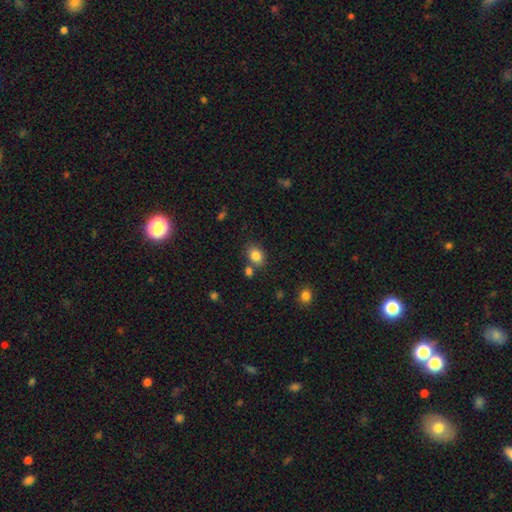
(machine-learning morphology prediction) This is clearly a smooth galaxy (84%). How rounded: likely in between (62%). Merging: likely none (71%).